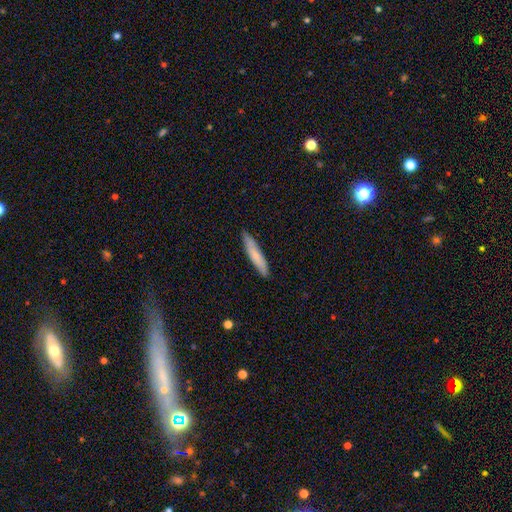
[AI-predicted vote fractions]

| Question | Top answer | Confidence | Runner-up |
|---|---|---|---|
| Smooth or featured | smooth | 71% | featured or disk (23%) |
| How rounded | cigar-shaped | 89% | in between (10%) |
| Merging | none | 87% | minor disturbance (10%) |